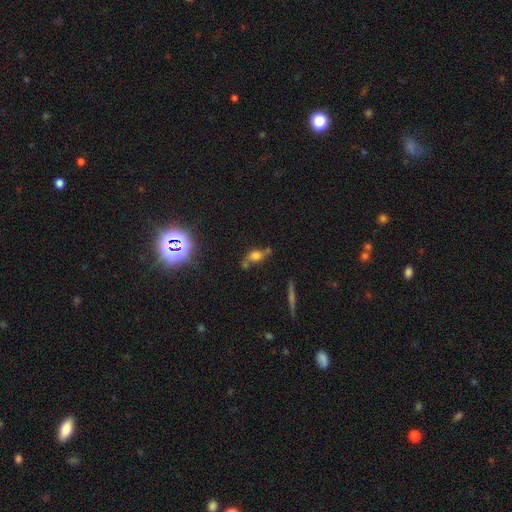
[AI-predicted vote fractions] Smooth or featured: smooth — 56% (featured or disk — 25%)
How rounded: in between — 65% (round — 21%)
Merging: none — 45% (merger — 24%)